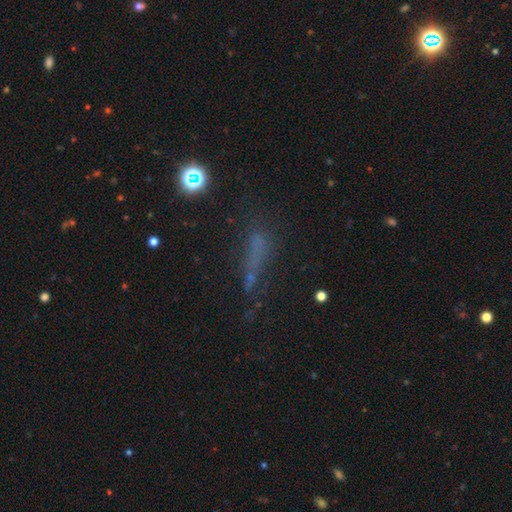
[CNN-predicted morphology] Overall: smooth (40%; star or artifact 33%). Merging: none (48%; major disturbance 24%).